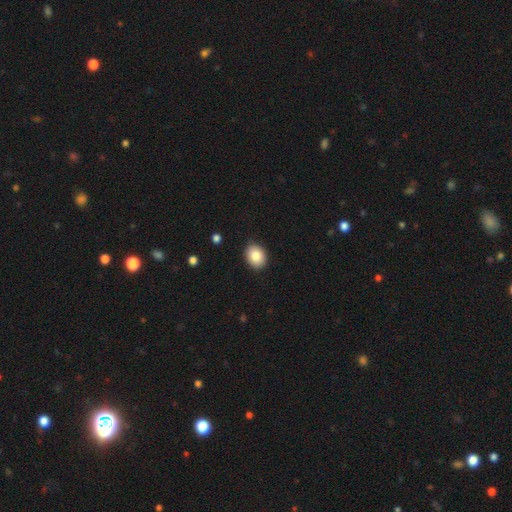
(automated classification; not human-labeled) Smooth or featured? Predicted: smooth (p=0.84). How rounded? Predicted: in between (p=0.54). Merging? Predicted: none (p=0.89).